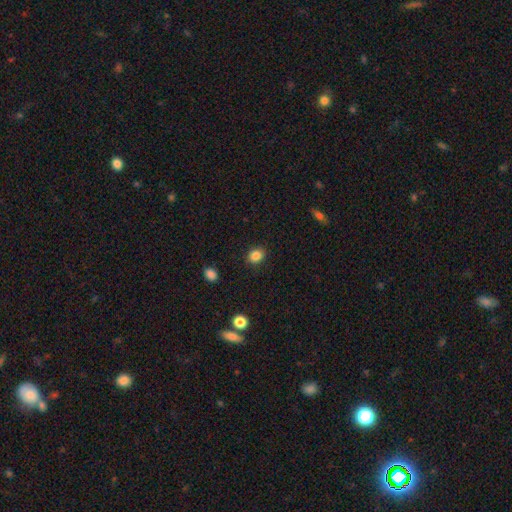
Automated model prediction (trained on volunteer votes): Smooth or featured?
  - smooth: 85% *
  - star or artifact: 11%
  - featured or disk: 4%
How rounded?
  - round: 56% *
  - in between: 43%
  - cigar-shaped: 1%
Merging?
  - none: 88% *
  - minor disturbance: 8%
  - major disturbance: 2%
  - merger: 1%